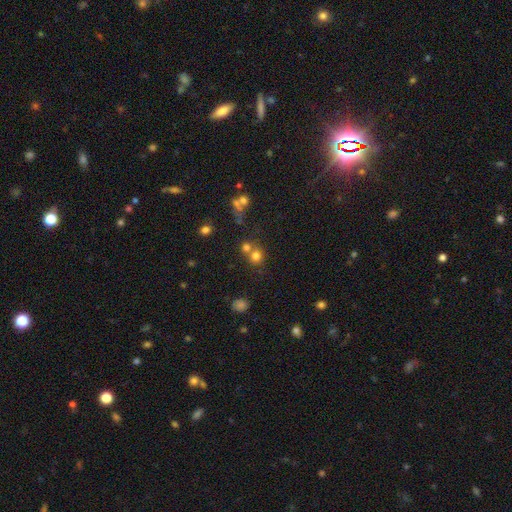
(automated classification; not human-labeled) A smooth galaxy with no disk features (73%) that is round (82%).

Vote fractions:
- Smooth or featured? smooth: 73% / star or artifact: 17% / featured or disk: 10%
- How rounded? round: 82% / in between: 17% / cigar-shaped: 1%
- Merging? none: 49% / merger: 40% / minor disturbance: 7% / major disturbance: 4%